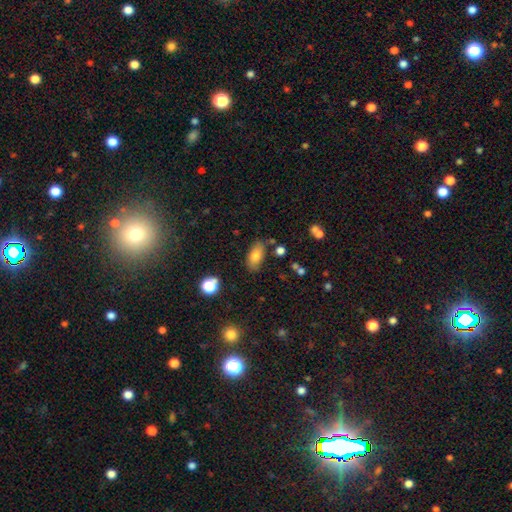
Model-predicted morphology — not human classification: Smooth or featured? smooth (77%)
How rounded? in between (87%)
Merging? none (79%)